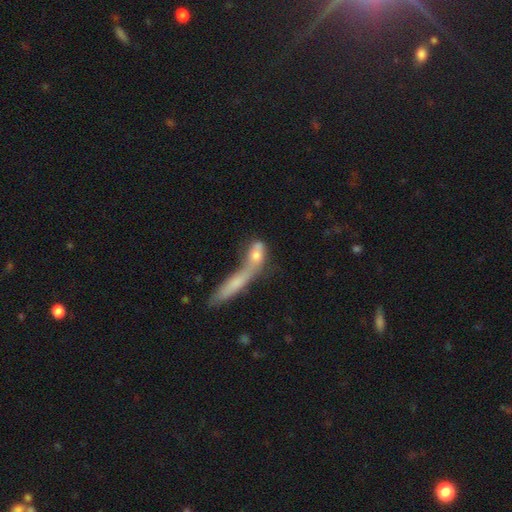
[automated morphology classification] Smooth or featured?
  - smooth: 60% *
  - featured or disk: 29%
  - star or artifact: 10%
How rounded?
  - in between: 44% *
  - cigar-shaped: 43%
  - round: 13%
Merging?
  - merger: 57% *
  - none: 25%
  - minor disturbance: 9%
  - major disturbance: 9%